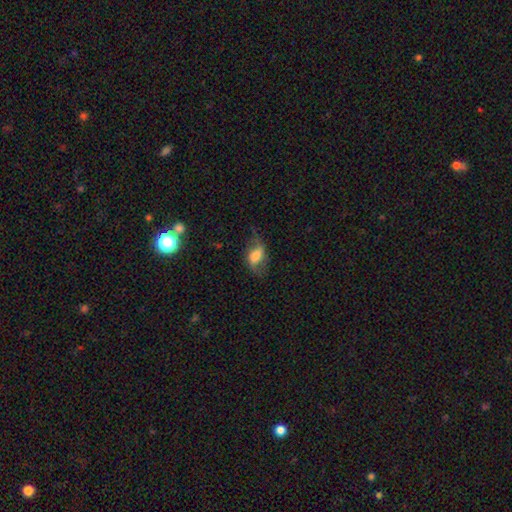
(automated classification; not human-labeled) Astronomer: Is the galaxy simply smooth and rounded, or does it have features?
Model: featured or disk — 46% (runner-up: smooth, 45%).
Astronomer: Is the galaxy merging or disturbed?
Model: none — 61%.